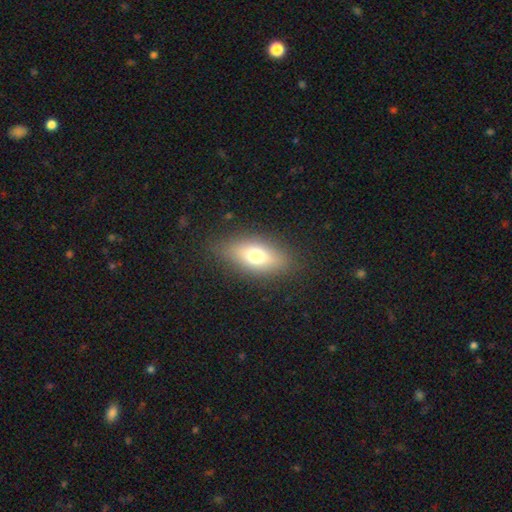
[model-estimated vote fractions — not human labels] Q: Smooth or featured?
A: smooth (70%); runner-up: featured or disk (20%)
Q: How rounded?
A: in between (82%); runner-up: round (10%)
Q: Merging?
A: none (82%); runner-up: minor disturbance (12%)